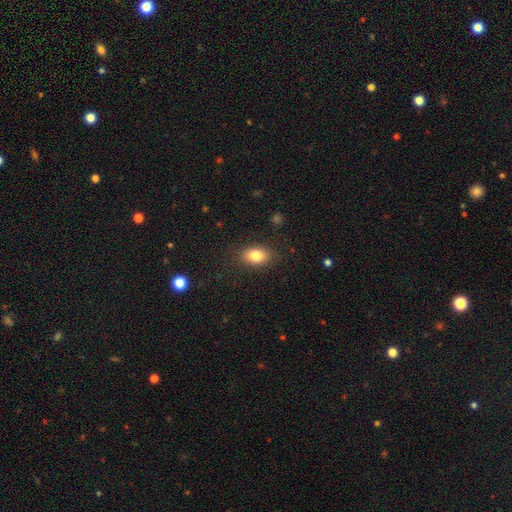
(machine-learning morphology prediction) Smooth or featured?
  - smooth: 82% *
  - featured or disk: 9%
  - star or artifact: 9%
How rounded?
  - in between: 84% *
  - round: 14%
  - cigar-shaped: 2%
Merging?
  - none: 86% *
  - minor disturbance: 10%
  - major disturbance: 3%
  - merger: 1%